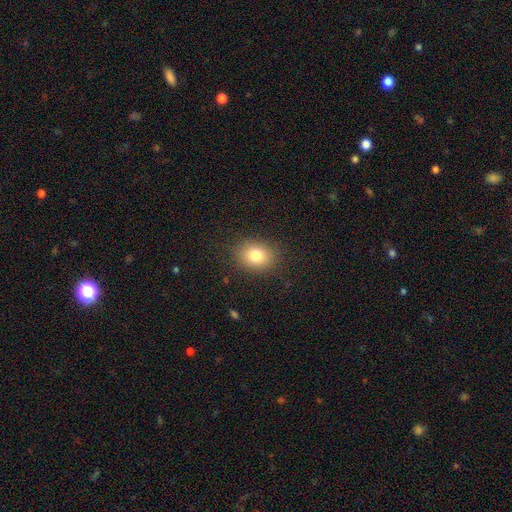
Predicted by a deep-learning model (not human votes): Q: Smooth or featured?
A: smooth (79%); runner-up: star or artifact (11%)
Q: How rounded?
A: in between (52%); runner-up: round (47%)
Q: Merging?
A: none (86%); runner-up: minor disturbance (9%)